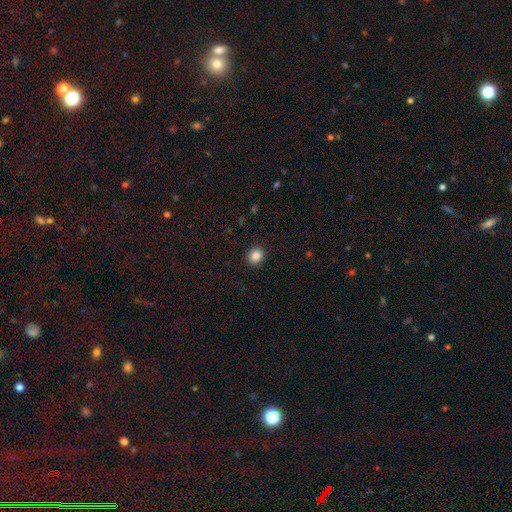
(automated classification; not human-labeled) smooth_or_featured: smooth (p=0.86) [alt: star or artifact p=0.10]
how_rounded: round (p=0.78) [alt: in between p=0.21]
merging: none (p=0.92) [alt: minor disturbance p=0.06]